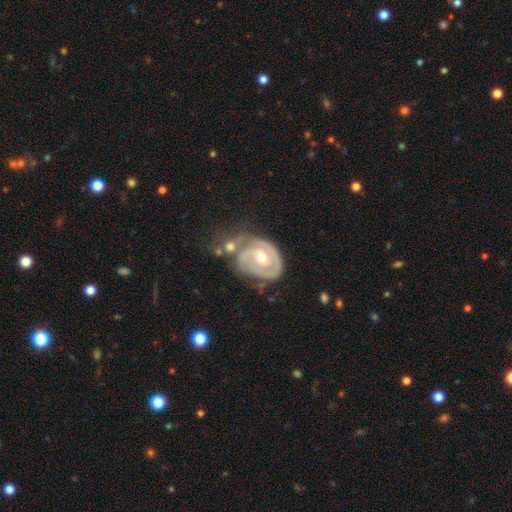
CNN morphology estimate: A featured or disk galaxy (83%) with no bar (54%), 2 (49%) tight (66%) spiral arms (87%) and a moderate central bulge (64%).

Vote fractions:
- Smooth or featured? featured or disk: 83% / smooth: 12% / star or artifact: 5%
- Edge-on disk? no: 97% / yes: 3%
- Bar? no: 54% / weak: 36% / strong: 11%
- Spiral arms? yes: 87% / no: 13%
- Spiral winding? tight: 66% / medium: 26% / loose: 8%
- Spiral arm count? 2: 49% / can't tell: 24% / 1: 15% / 3: 8% / 4: 2% / more than 4: 2%
- Bulge size? moderate: 64% / small: 32% / large: 2% / none: 1% / dominant: 1%
- Merging? none: 38% / minor disturbance: 24% / merger: 21% / major disturbance: 17%